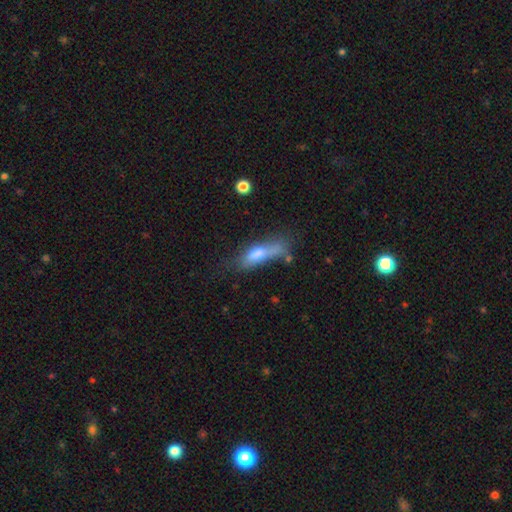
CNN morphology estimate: Smooth or featured? Predicted: smooth (p=0.61). How rounded? Predicted: cigar-shaped (p=0.63). Merging? Predicted: none (p=0.42).